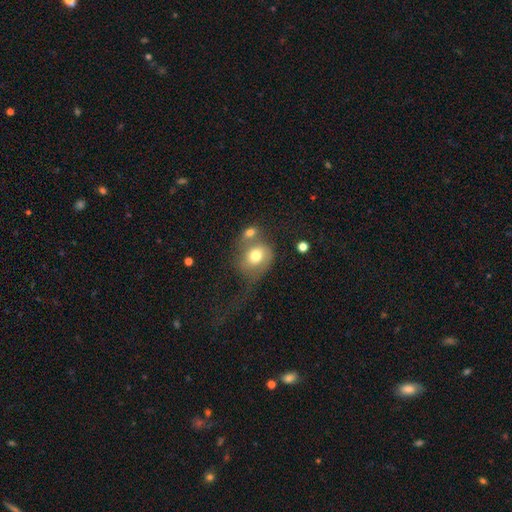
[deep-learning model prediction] smooth_or_featured: smooth (p=0.66) [alt: featured or disk p=0.25]
how_rounded: round (p=0.57) [alt: in between p=0.42]
merging: merger (p=0.40) [alt: none p=0.24]